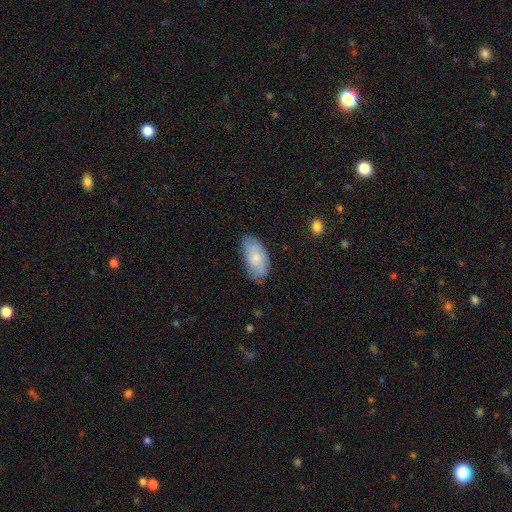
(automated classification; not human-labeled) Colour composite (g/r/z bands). It shows a smooth galaxy with no disk features (79%) that is in between round and cigar-shaped (94%). Merging: none (74%).